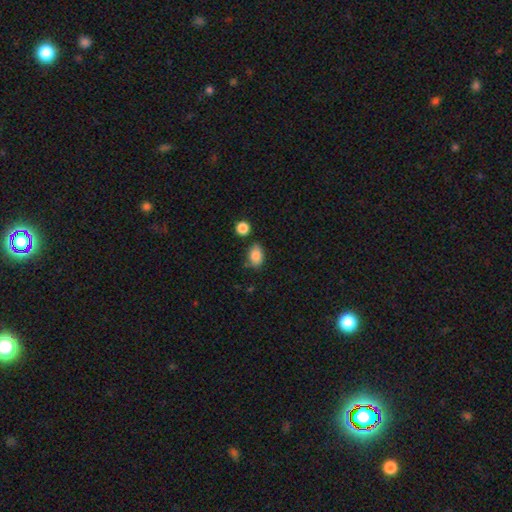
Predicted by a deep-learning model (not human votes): Morphology: type=smooth (86%); roundness=in between (84%); merging=none (74%).